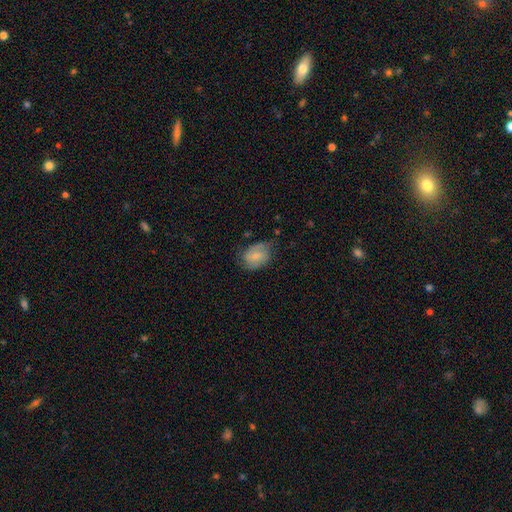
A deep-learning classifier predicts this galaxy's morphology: Smooth or featured? Predicted: smooth (p=0.57). How rounded? Predicted: in between (p=0.63). Merging? Predicted: none (p=0.59).